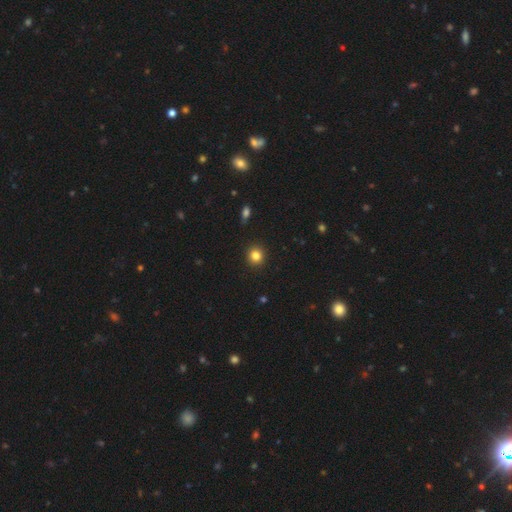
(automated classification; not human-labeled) Smooth or featured? smooth (83%)
How rounded? round (91%)
Merging? none (92%)